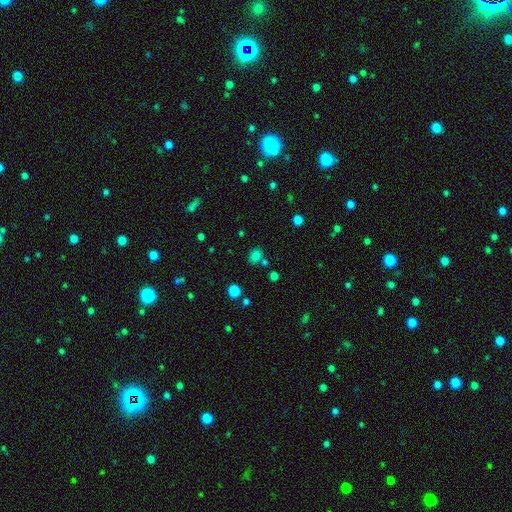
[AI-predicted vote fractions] Overall: smooth (76%). How rounded: round (56%; in between 42%). Merging: none (73%).